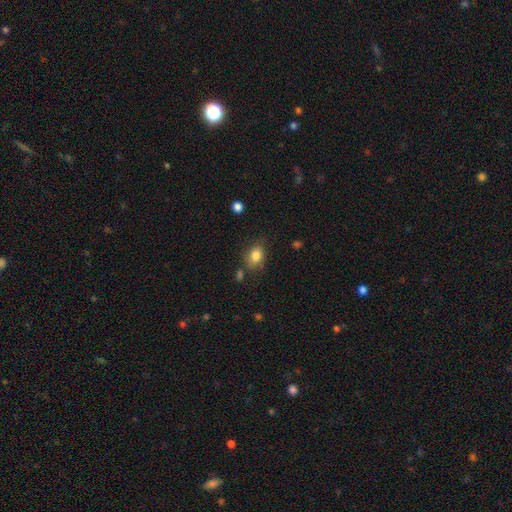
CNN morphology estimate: The model was most divided on "how rounded": in between: 67%, round: 32%, cigar-shaped: 1%. More confident: smooth or featured — smooth (82%); merging — none (67%).